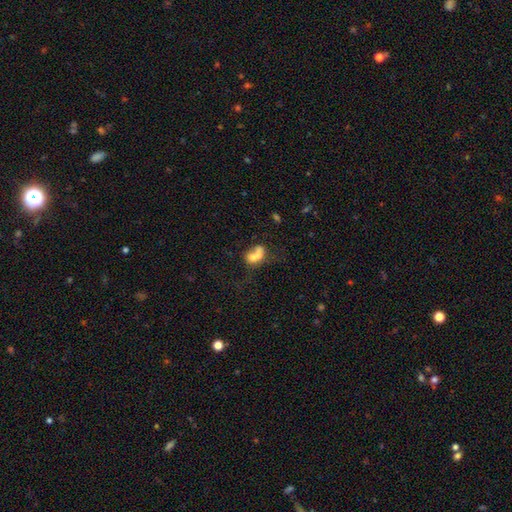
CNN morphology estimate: smooth-or-featured: smooth: 65% | featured or disk: 22% | star or artifact: 13%
  how-rounded: in between: 76% | round: 19% | cigar-shaped: 5%
  merging: merger: 41% | none: 22% | major disturbance: 22% | minor disturbance: 14%